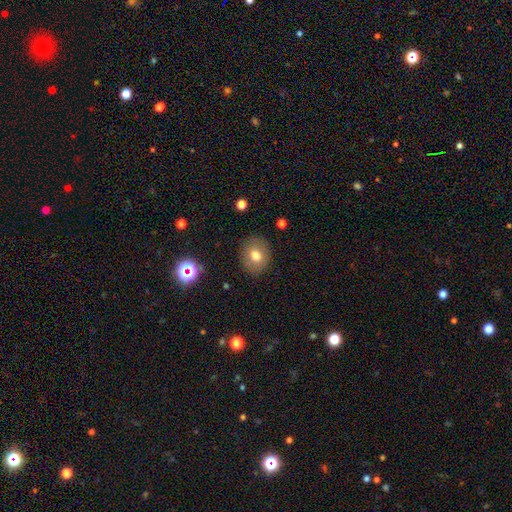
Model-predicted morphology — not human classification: This appears to be a smooth galaxy with no disk features (72%) that is round (62%). Merging: none (85%).